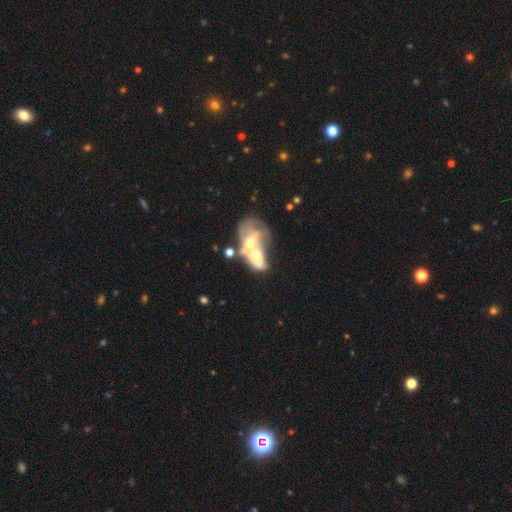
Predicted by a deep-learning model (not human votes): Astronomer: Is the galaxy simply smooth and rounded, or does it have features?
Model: featured or disk — 55% (runner-up: smooth, 35%).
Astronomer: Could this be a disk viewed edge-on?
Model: no — 95%.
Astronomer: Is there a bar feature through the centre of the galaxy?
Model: no — 79%.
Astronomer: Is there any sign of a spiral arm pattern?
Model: no — 79%.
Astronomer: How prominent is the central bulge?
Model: moderate — 59%.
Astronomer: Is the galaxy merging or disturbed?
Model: merger — 72%.